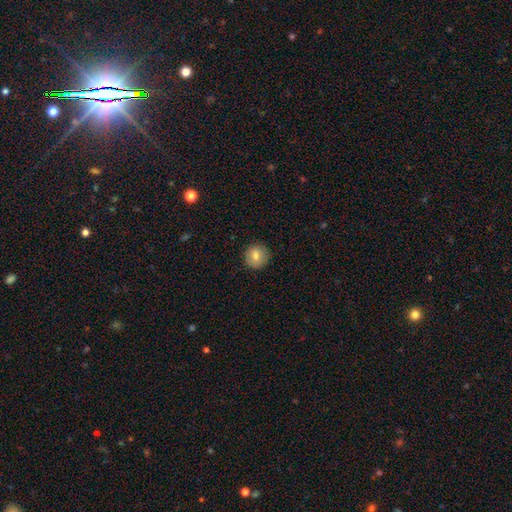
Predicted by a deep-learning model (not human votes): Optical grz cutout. It shows a smooth galaxy with no disk features (78%) that is round (92%). Merging: none (90%).